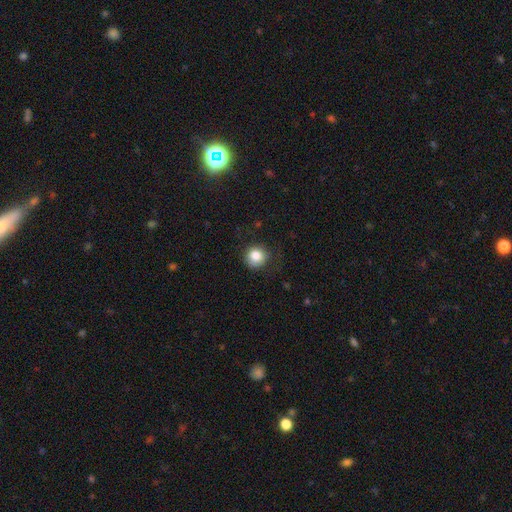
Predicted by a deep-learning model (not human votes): smooth 83%, star or artifact 10%, featured or disk 7%. Down the decision tree: how rounded — round (91%); merging — none (79%).